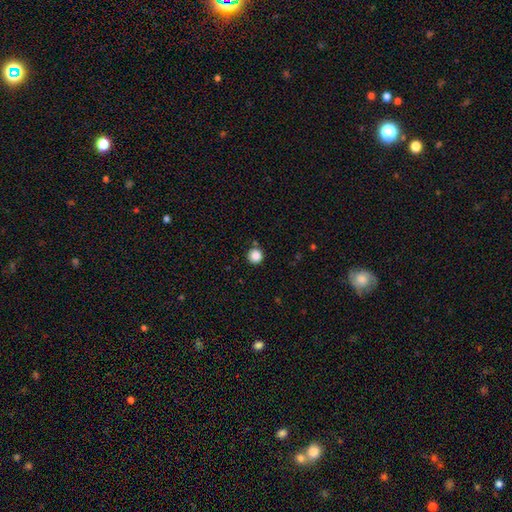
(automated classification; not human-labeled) This appears to be a smooth galaxy with no disk features (86%) that is round (95%). Merging: none (86%).